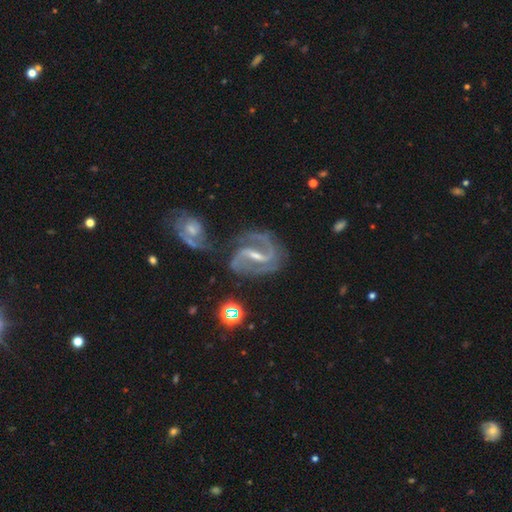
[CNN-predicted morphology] Smooth or featured?
  - featured or disk: 91% *
  - star or artifact: 6%
  - smooth: 4%
Edge-on disk?
  - no: 97% *
  - yes: 3%
Bar?
  - strong: 59% *
  - weak: 33%
  - no: 8%
Spiral arms?
  - yes: 97% *
  - no: 3%
Spiral winding?
  - medium: 57% *
  - loose: 22%
  - tight: 20%
Spiral arm count?
  - 2: 90% *
  - 3: 3%
  - can't tell: 3%
  - 1: 2%
  - 4: 1%
  - more than 4: 1%
Bulge size?
  - small: 60% *
  - moderate: 32%
  - none: 5%
  - large: 2%
  - dominant: 1%
Merging?
  - none: 57% *
  - minor disturbance: 18%
  - merger: 15%
  - major disturbance: 10%